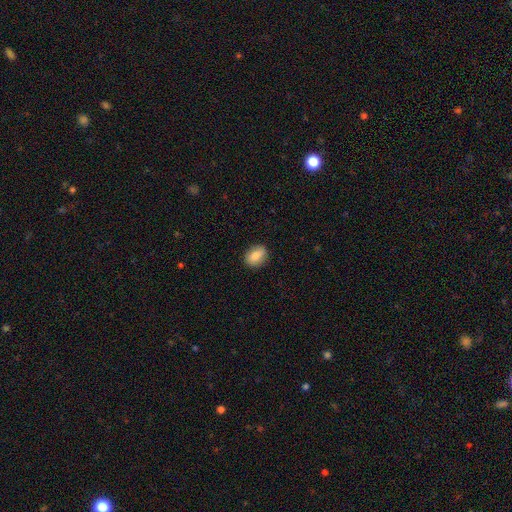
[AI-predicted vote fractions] smooth_or_featured: smooth (p=0.82) [alt: featured or disk p=0.11]
how_rounded: in between (p=0.70) [alt: round p=0.28]
merging: none (p=0.87) [alt: minor disturbance p=0.10]